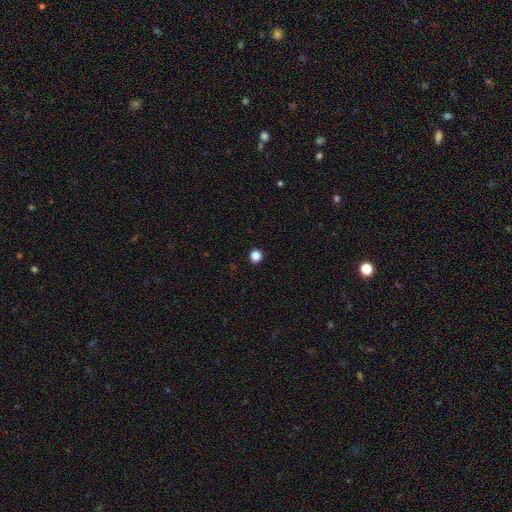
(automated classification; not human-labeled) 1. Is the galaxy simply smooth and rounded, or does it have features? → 86% smooth, 11% star or artifact, 3% featured or disk.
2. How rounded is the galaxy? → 91% round, 8% in between, 1% cigar-shaped.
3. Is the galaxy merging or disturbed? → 93% none, 4% minor disturbance, 1% major disturbance, 1% merger.